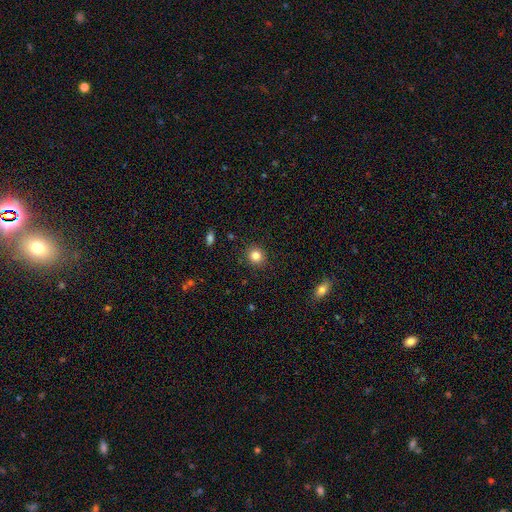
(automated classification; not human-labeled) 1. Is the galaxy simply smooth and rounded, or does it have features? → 83% smooth, 11% star or artifact, 6% featured or disk.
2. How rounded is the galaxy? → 88% round, 11% in between, 1% cigar-shaped.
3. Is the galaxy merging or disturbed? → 90% none, 7% minor disturbance, 2% major disturbance, 1% merger.